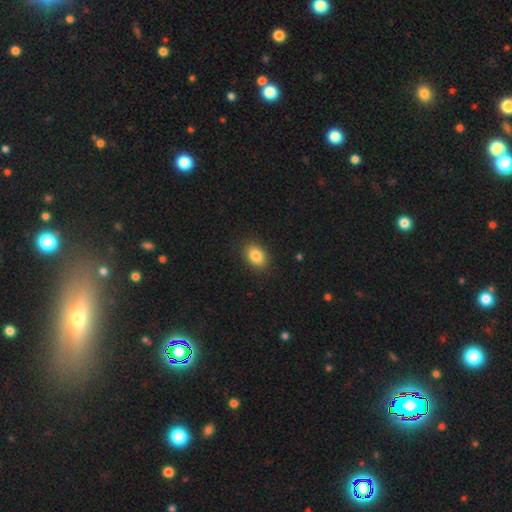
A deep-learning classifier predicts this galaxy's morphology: Smooth or featured: smooth — 86% (star or artifact — 8%)
How rounded: in between — 84% (round — 15%)
Merging: none — 88% (minor disturbance — 9%)